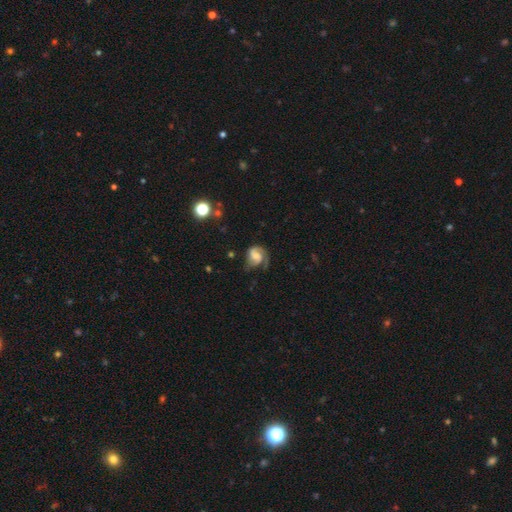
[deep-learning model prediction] smooth_or_featured: featured or disk (p=0.65) [alt: smooth p=0.26]
disk_edge_on: no (p=0.98) [alt: yes p=0.02]
bar: no (p=0.50) [alt: weak p=0.39]
has_spiral_arms: yes (p=0.90) [alt: no p=0.10]
spiral_winding: medium (p=0.43) [alt: tight p=0.33]
spiral_arm_count: 2 (p=0.54) [alt: 1 p=0.26]
bulge_size: moderate (p=0.32) [alt: small p=0.27]
merging: none (p=0.44) [alt: major disturbance p=0.27]